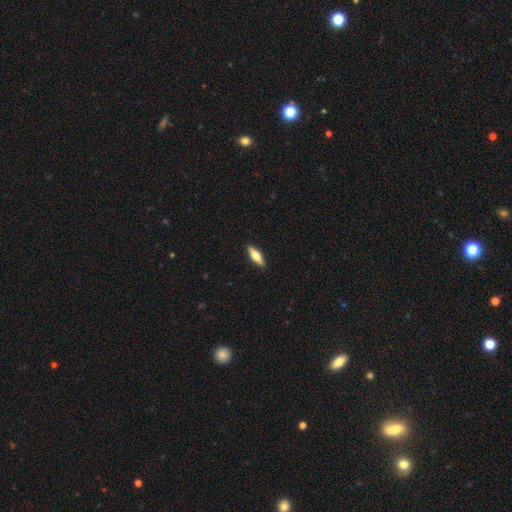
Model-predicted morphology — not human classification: smooth-or-featured: smooth: 55% | featured or disk: 39% | star or artifact: 6%
  how-rounded: cigar-shaped: 49% | in between: 48% | round: 3%
  merging: none: 90% | minor disturbance: 7% | major disturbance: 1% | merger: 1%